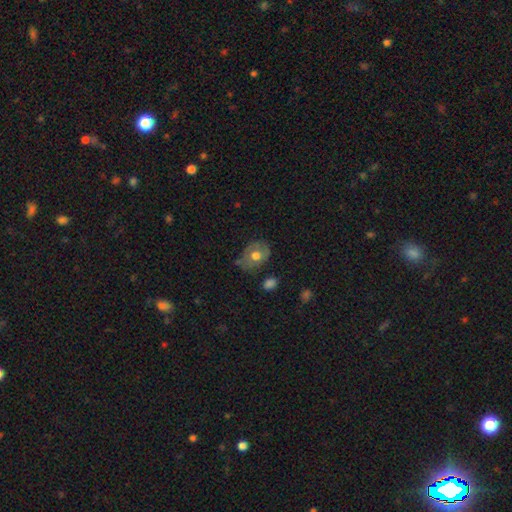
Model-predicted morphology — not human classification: A smooth galaxy with no disk features (52%) that is in between round and cigar-shaped (65%). Merging: none (61%).